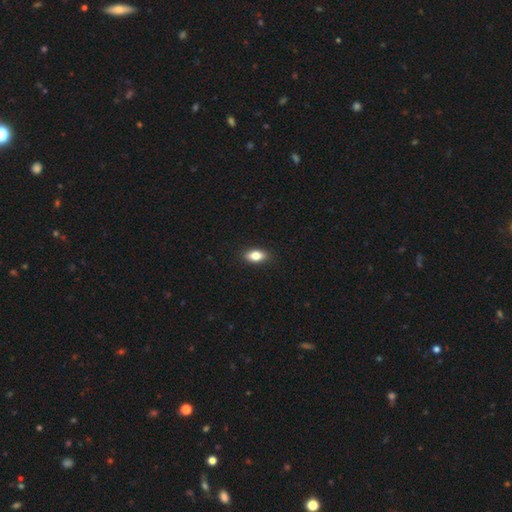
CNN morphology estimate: This is clearly a smooth galaxy (80%). How rounded: clearly in between (85%). Merging: clearly none (89%).